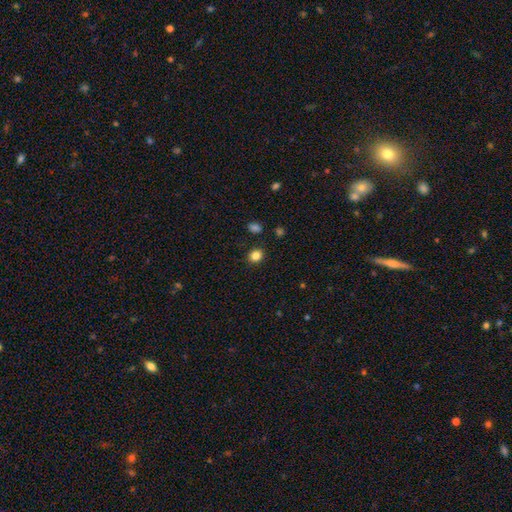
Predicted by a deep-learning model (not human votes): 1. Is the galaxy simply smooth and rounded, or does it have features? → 84% smooth, 12% star or artifact, 4% featured or disk.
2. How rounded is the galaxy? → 71% round, 29% in between, 1% cigar-shaped.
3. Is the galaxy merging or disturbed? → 88% none, 8% minor disturbance, 2% major disturbance, 2% merger.